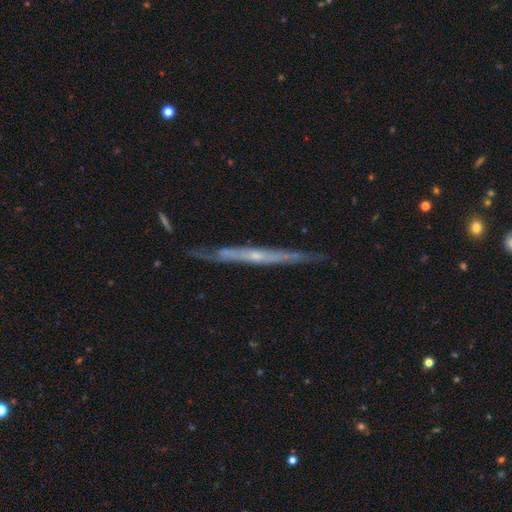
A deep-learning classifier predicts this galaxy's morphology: The model was most divided on "edge-on bulge": none: 56%, rounded: 40%, boxy: 5%. More confident: edge-on disk — yes (93%); merging — none (78%); smooth or featured — featured or disk (74%).